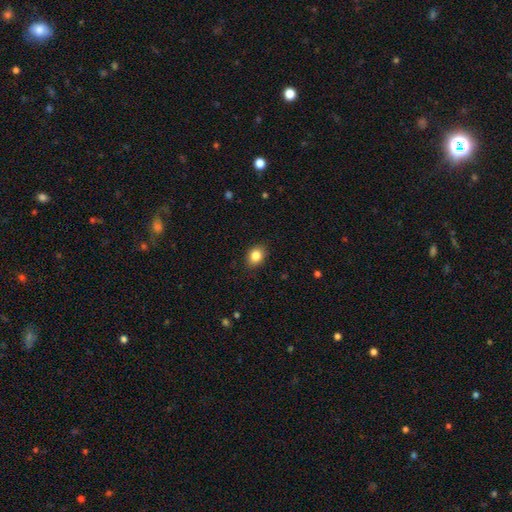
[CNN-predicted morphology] Q: Smooth or featured?
A: smooth (84%); runner-up: star or artifact (9%)
Q: How rounded?
A: in between (62%); runner-up: round (37%)
Q: Merging?
A: none (87%); runner-up: minor disturbance (10%)